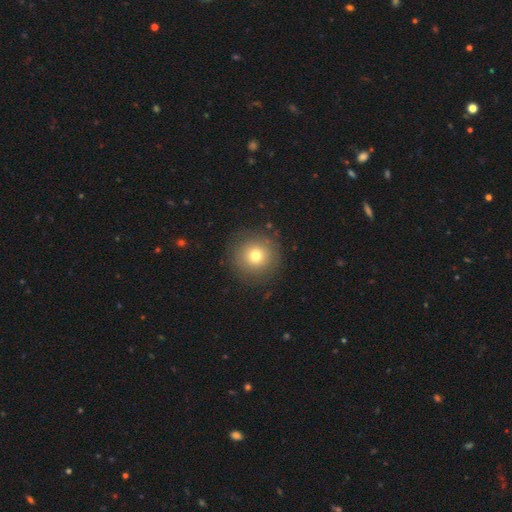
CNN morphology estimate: Q: Smooth or featured?
A: smooth (74%); runner-up: featured or disk (13%)
Q: How rounded?
A: round (95%); runner-up: in between (4%)
Q: Merging?
A: none (87%); runner-up: minor disturbance (8%)